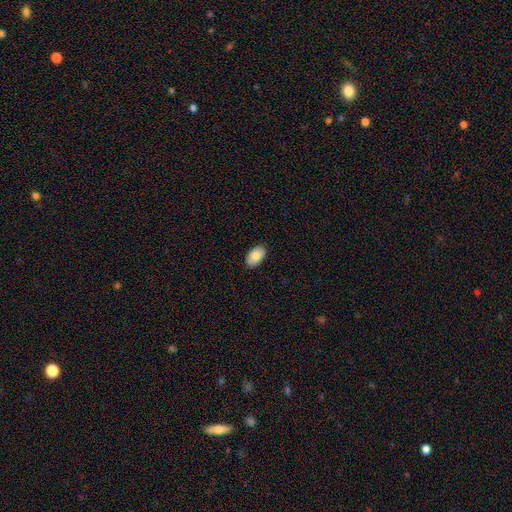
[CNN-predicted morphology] Smooth or featured?
  - smooth: 84% *
  - featured or disk: 10%
  - star or artifact: 7%
How rounded?
  - in between: 94% *
  - round: 5%
  - cigar-shaped: 1%
Merging?
  - none: 88% *
  - minor disturbance: 9%
  - major disturbance: 2%
  - merger: 1%